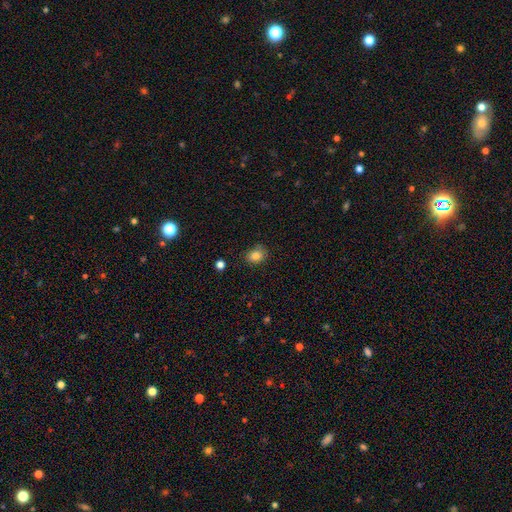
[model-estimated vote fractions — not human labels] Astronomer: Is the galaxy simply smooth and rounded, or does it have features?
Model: smooth — 84%.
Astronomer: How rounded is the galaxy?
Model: round — 53% (runner-up: in between, 46%).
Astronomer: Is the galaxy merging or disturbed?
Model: none — 77%.